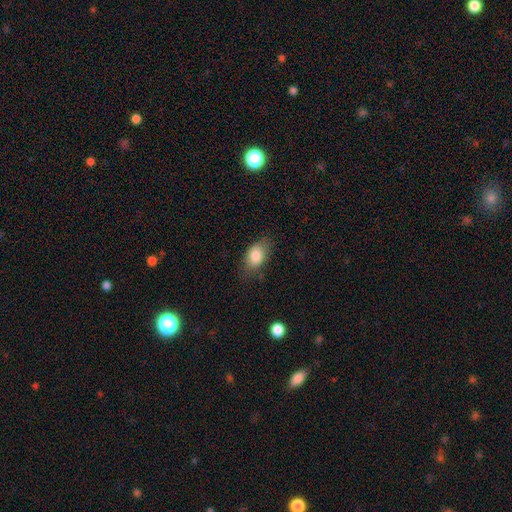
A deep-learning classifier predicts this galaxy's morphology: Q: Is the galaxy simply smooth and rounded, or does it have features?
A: smooth — 83%.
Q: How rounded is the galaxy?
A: in between — 86%.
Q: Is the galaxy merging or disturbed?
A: none — 70%.